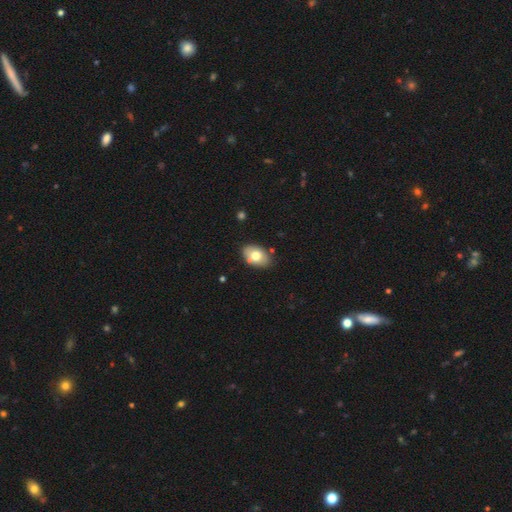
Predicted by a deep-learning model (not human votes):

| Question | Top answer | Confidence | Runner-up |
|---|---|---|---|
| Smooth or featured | smooth | 72% | featured or disk (21%) |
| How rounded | in between | 88% | round (11%) |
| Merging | none | 80% | minor disturbance (13%) |